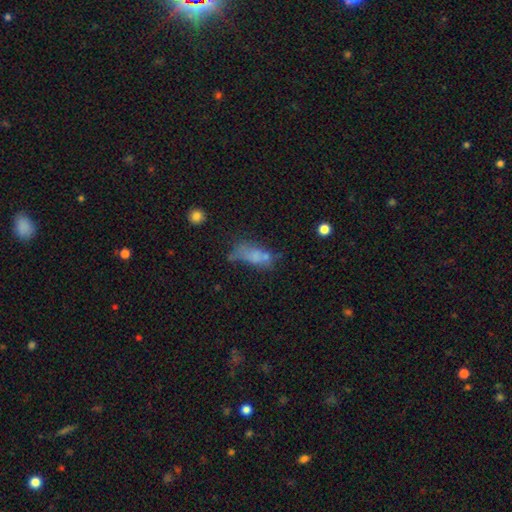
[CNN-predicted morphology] type=smooth (58%); roundness=in between (72%); merging=major disturbance (28%, tied with none).